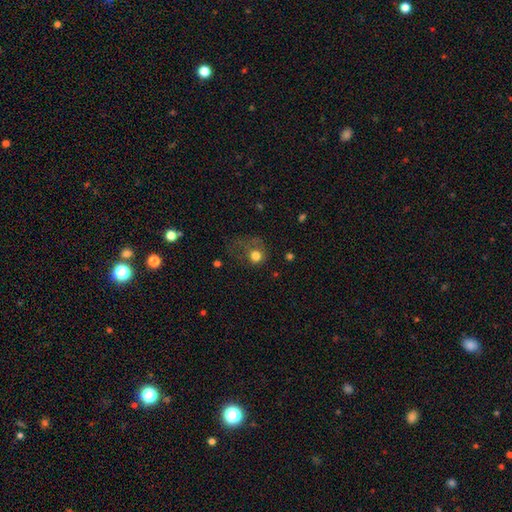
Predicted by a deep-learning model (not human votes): Overall: smooth (75%). How rounded: round (75%). Merging: major disturbance (42%; none 32%).